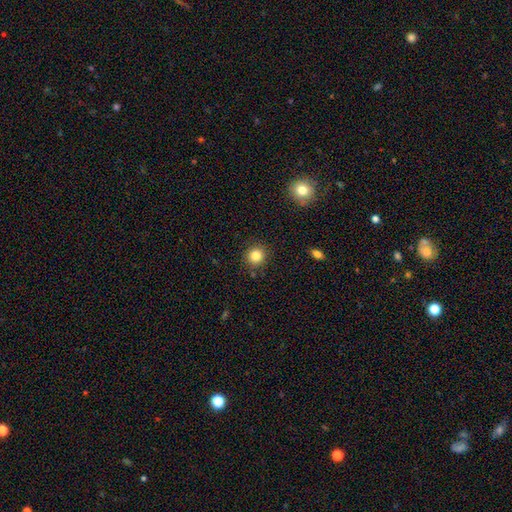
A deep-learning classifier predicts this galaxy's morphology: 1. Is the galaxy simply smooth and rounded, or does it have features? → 83% smooth, 11% star or artifact, 5% featured or disk.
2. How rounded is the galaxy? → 91% round, 8% in between, 1% cigar-shaped.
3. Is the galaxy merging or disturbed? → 89% none, 7% minor disturbance, 2% major disturbance, 2% merger.